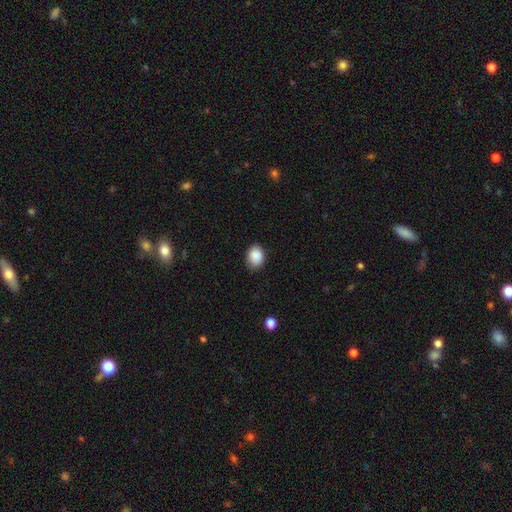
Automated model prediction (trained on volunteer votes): This appears to be a smooth galaxy with no disk features (89%) that is in between round and cigar-shaped (58%). Merging: none (80%).